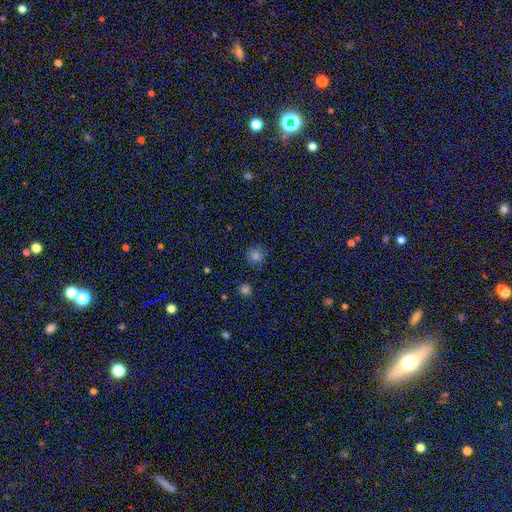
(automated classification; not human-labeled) This is likely a smooth galaxy (78%). How rounded: clearly round (92%). Merging: clearly none (85%).